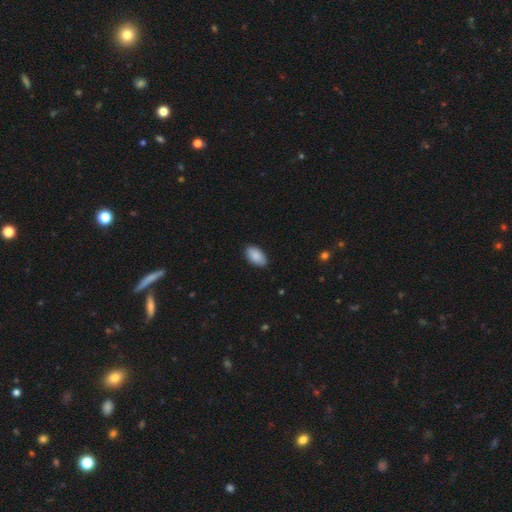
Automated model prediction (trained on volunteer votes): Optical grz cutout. It shows a smooth galaxy with no disk features (90%) that is in between round and cigar-shaped (95%). Merging: none (88%).